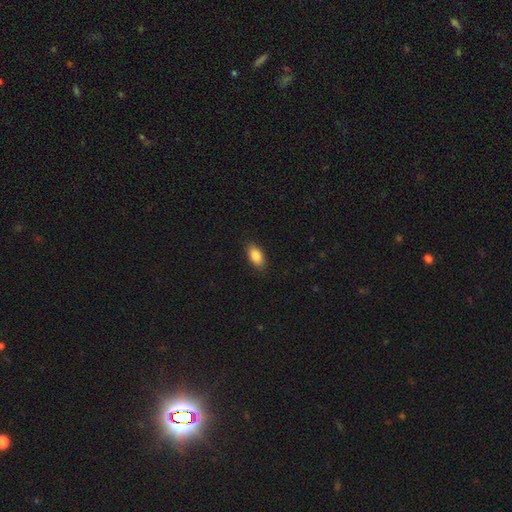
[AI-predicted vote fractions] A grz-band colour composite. It shows a smooth galaxy with no disk features (87%) that is in between round and cigar-shaped (91%). Merging: none (87%).